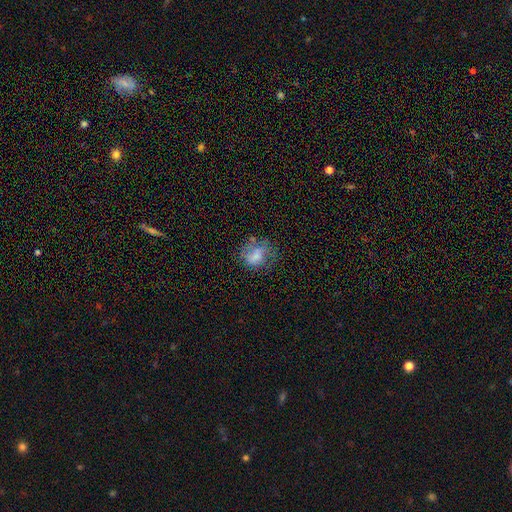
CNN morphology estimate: A smooth galaxy with no disk features (58%) that is round (54%). Merging: none (42%).